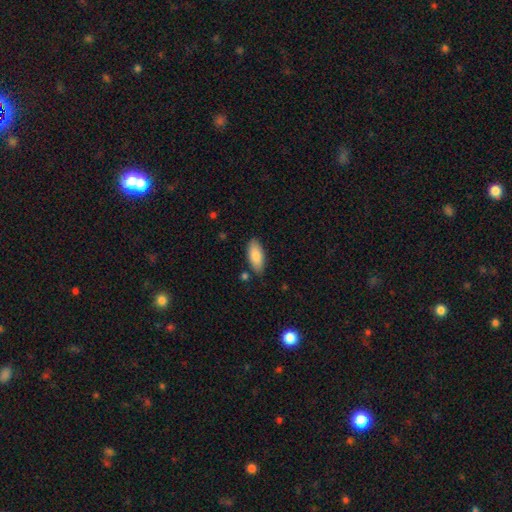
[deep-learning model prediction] This appears to be a smooth galaxy with no disk features (85%) that is in between round and cigar-shaped (87%). Merging: none (81%).